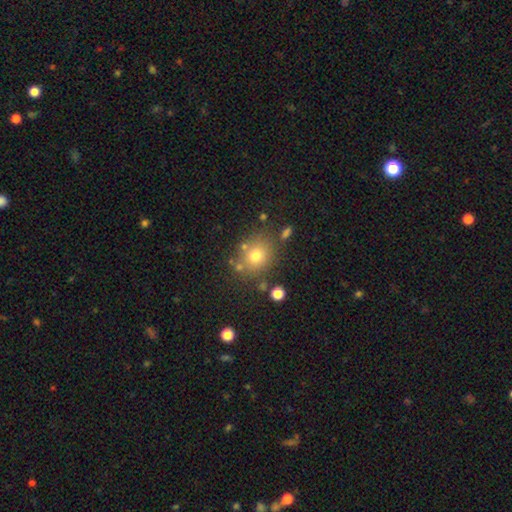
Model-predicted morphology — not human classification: Smooth or featured? Predicted: smooth (p=0.72). How rounded? Predicted: round (p=0.73). Merging? Predicted: none (p=0.75).